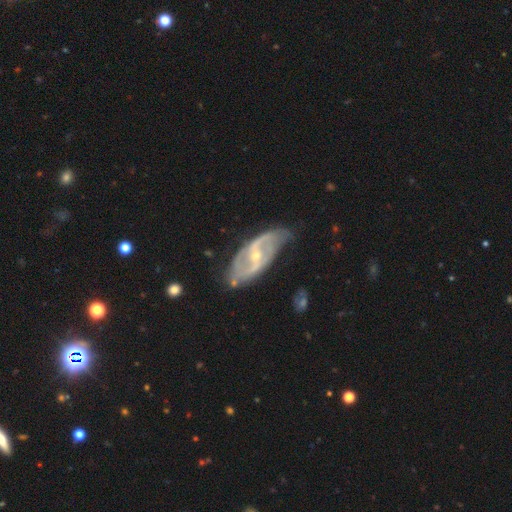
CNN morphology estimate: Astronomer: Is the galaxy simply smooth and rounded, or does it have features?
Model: featured or disk — 85%.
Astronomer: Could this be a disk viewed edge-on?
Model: no — 91%.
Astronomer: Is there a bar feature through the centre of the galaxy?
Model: weak — 38% (runner-up: strong, 32%).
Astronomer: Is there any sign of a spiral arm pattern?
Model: yes — 87%.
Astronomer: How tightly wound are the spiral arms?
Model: medium — 42% (runner-up: loose, 32%).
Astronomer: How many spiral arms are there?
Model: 2 — 77%.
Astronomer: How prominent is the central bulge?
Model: small — 64%.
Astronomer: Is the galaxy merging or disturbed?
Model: none — 63%.